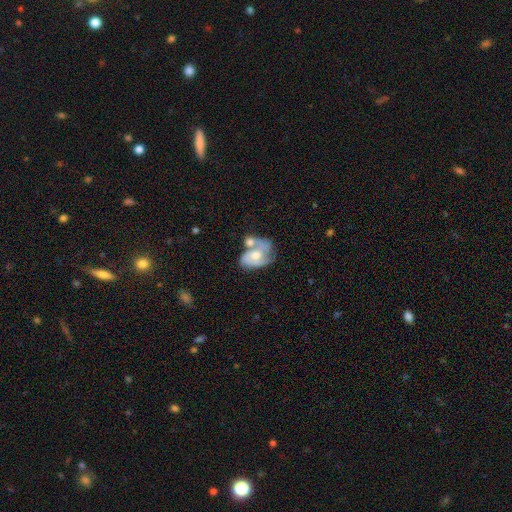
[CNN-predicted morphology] type=featured or disk (69%); edge-on=no (97%); bar=no (67%); spiral arms=yes (81%); winding=medium (46%); arm count=2 (60%); bulge=moderate (66%); merging=merger (44%).